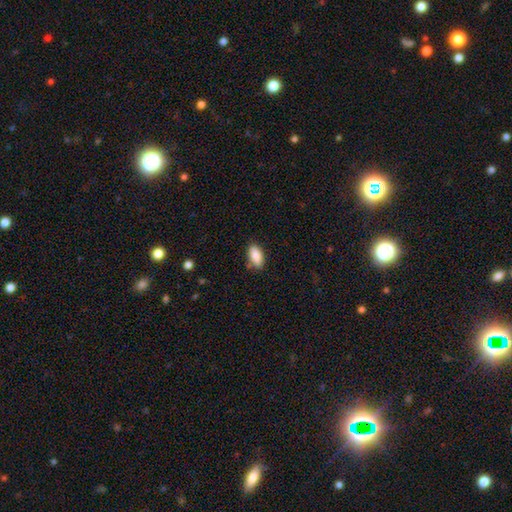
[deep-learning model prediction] Morphology: type=smooth (87%); roundness=in between (90%); merging=none (82%).